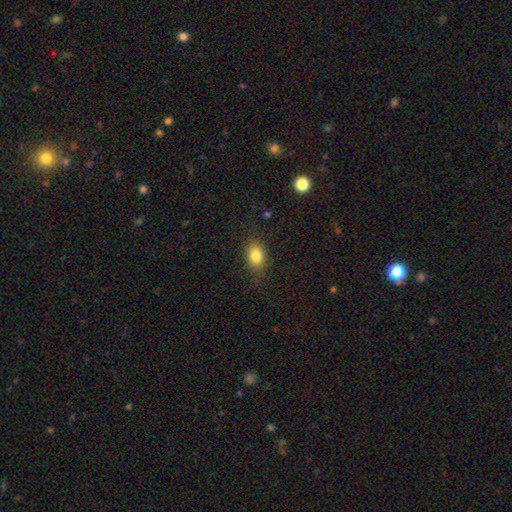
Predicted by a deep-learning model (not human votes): Smooth or featured?
  - smooth: 83% *
  - star or artifact: 10%
  - featured or disk: 7%
How rounded?
  - in between: 70% *
  - round: 28%
  - cigar-shaped: 2%
Merging?
  - none: 83% *
  - minor disturbance: 13%
  - major disturbance: 4%
  - merger: 1%